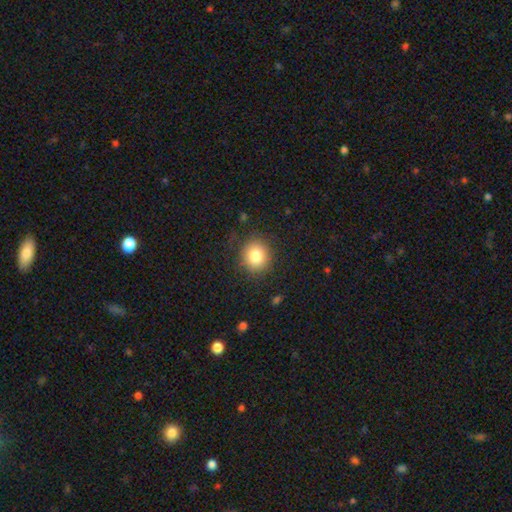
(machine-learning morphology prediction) Smooth or featured: smooth — 82% (star or artifact — 10%)
How rounded: round — 81% (in between — 18%)
Merging: none — 85% (minor disturbance — 10%)